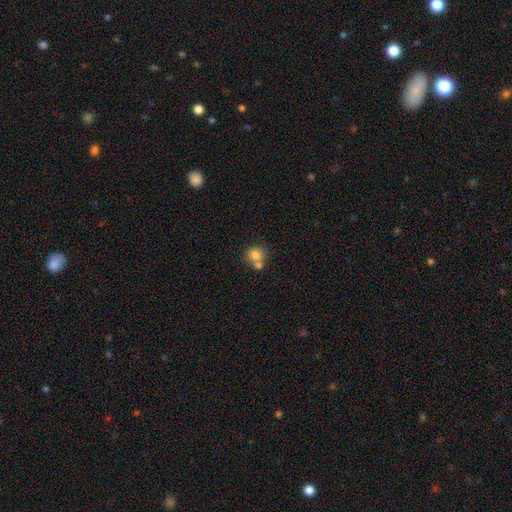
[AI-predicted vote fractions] Q: Smooth or featured?
A: smooth (79%); runner-up: featured or disk (11%)
Q: How rounded?
A: round (80%); runner-up: in between (19%)
Q: Merging?
A: none (46%); runner-up: merger (41%)